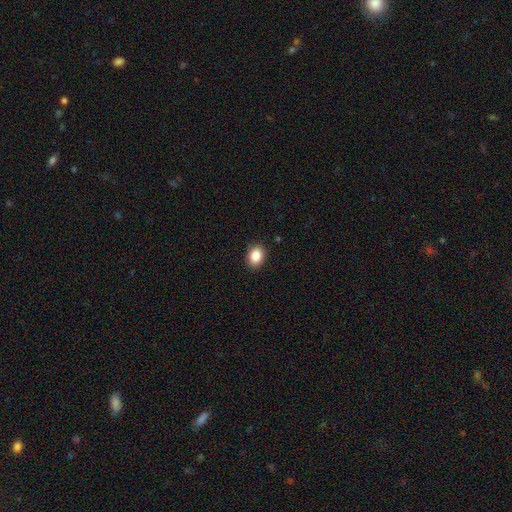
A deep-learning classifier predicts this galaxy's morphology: Smooth or featured: smooth — 86% (star or artifact — 9%)
How rounded: in between — 61% (round — 38%)
Merging: none — 89% (minor disturbance — 8%)